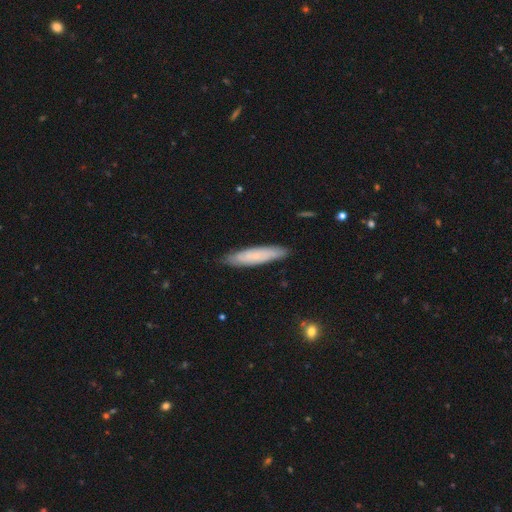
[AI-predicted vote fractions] A smooth galaxy with no disk features (60%) that is cigar-shaped (81%). Merging: none (83%).